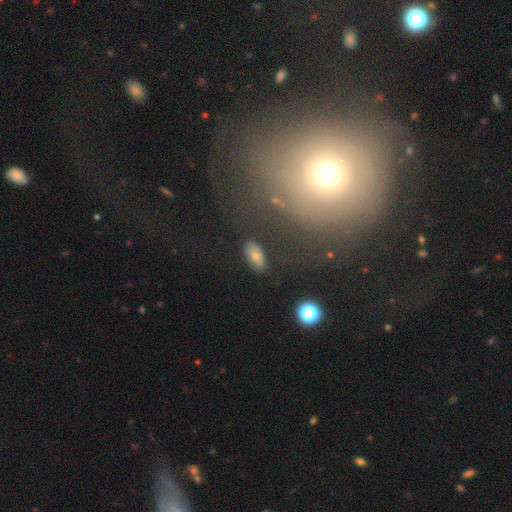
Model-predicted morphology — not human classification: Smooth or featured: smooth — 73% (featured or disk — 14%)
How rounded: in between — 91% (round — 4%)
Merging: none — 81% (minor disturbance — 13%)